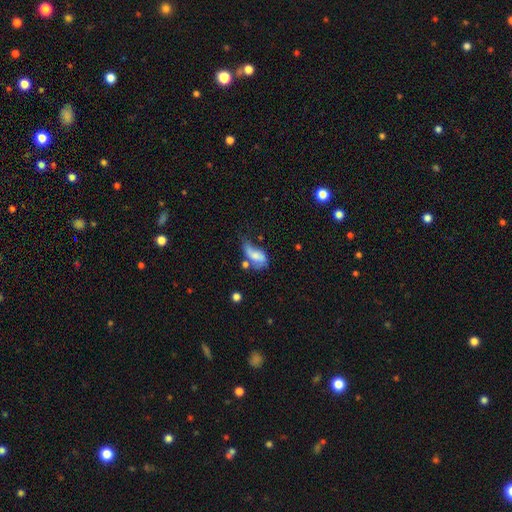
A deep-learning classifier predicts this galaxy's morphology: Smooth or featured: smooth — 55% (featured or disk — 36%)
How rounded: in between — 86% (round — 7%)
Merging: major disturbance — 31% (minor disturbance — 27%)